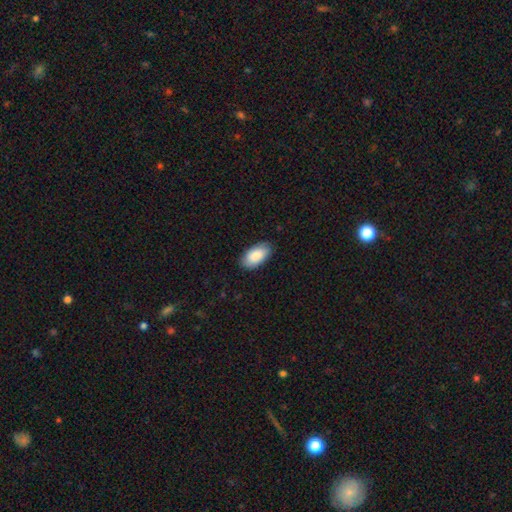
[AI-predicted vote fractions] This is clearly a smooth galaxy (87%). How rounded: clearly in between (95%). Merging: clearly none (85%).